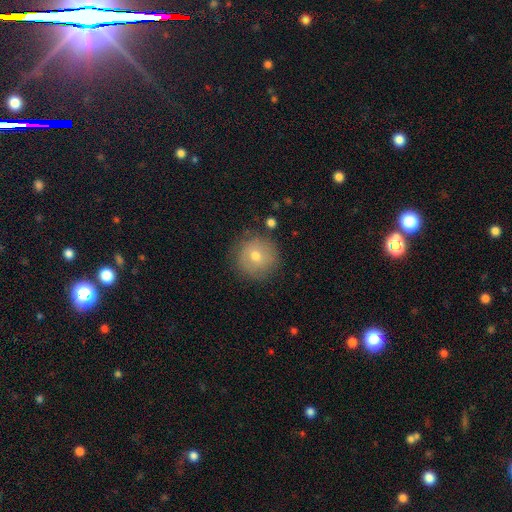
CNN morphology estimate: smooth_or_featured: smooth (p=0.67) [alt: featured or disk p=0.22]
how_rounded: round (p=0.95) [alt: in between p=0.04]
merging: none (p=0.84) [alt: minor disturbance p=0.11]